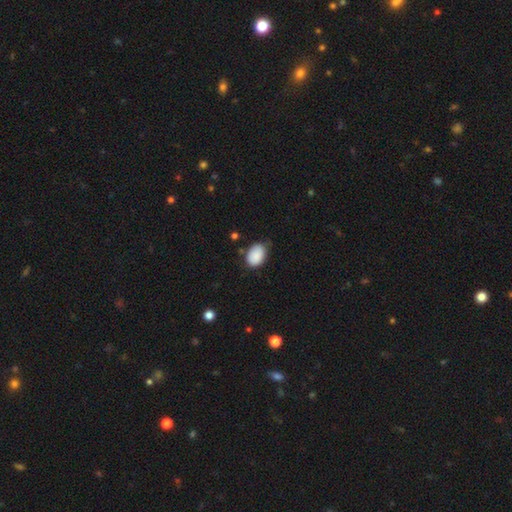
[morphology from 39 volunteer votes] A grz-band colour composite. It shows a smooth galaxy with no disk features (97%) that is in between round and cigar-shaped (87%). Merging: none (84%).